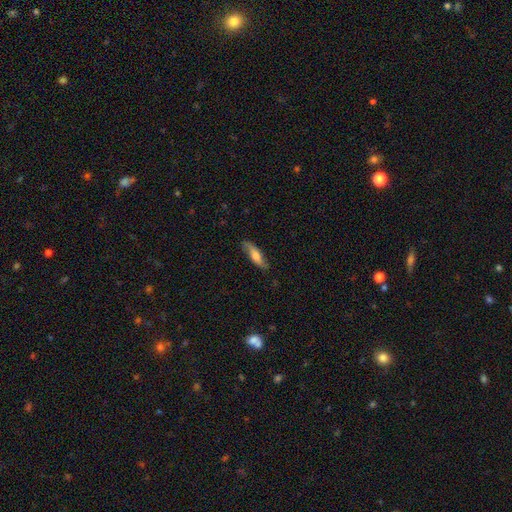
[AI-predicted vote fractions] smooth-or-featured: smooth: 56% | featured or disk: 38% | star or artifact: 6%
  how-rounded: cigar-shaped: 59% | in between: 39% | round: 2%
  merging: none: 78% | minor disturbance: 18% | major disturbance: 3% | merger: 1%